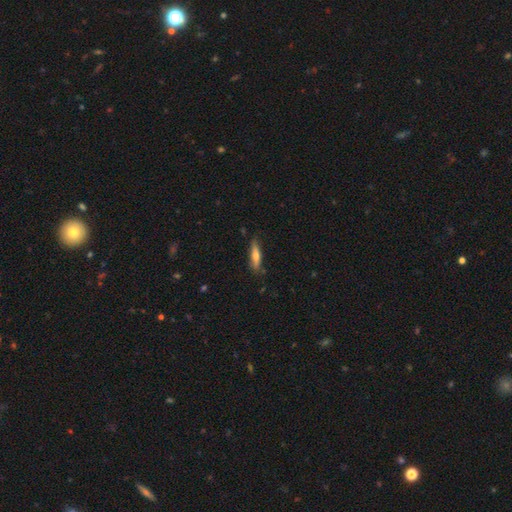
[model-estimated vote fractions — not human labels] Q: Smooth or featured?
A: smooth (60%); runner-up: featured or disk (34%)
Q: How rounded?
A: cigar-shaped (79%); runner-up: in between (19%)
Q: Merging?
A: none (81%); runner-up: minor disturbance (15%)